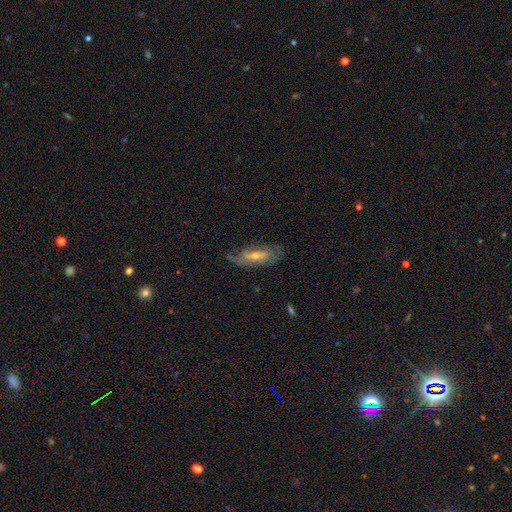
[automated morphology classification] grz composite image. It shows a featured or disk galaxy (68%) with no bar (43%), spiral arms (78%) and a small central bulge (52%). Merging: none (69%).